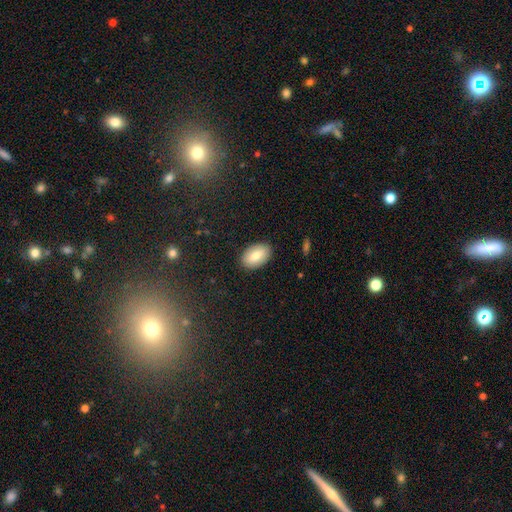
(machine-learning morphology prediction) This appears to be a smooth galaxy with no disk features (78%) that is in between round and cigar-shaped (92%). Merging: none (88%).